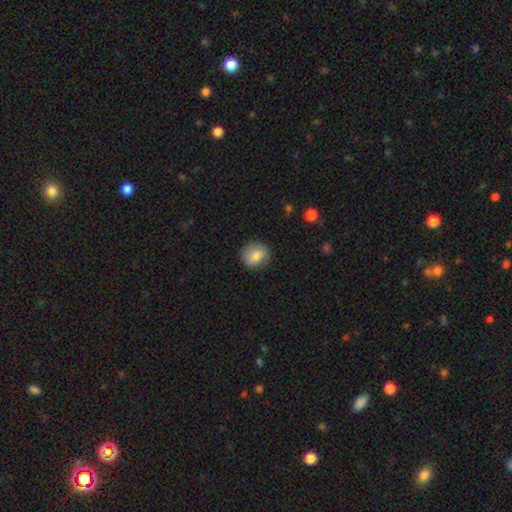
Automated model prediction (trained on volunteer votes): A smooth galaxy with no disk features (81%) that is round (70%).

Vote fractions:
- Smooth or featured? smooth: 81% / featured or disk: 11% / star or artifact: 8%
- How rounded? round: 70% / in between: 29% / cigar-shaped: 1%
- Merging? none: 81% / minor disturbance: 15% / major disturbance: 4% / merger: 1%